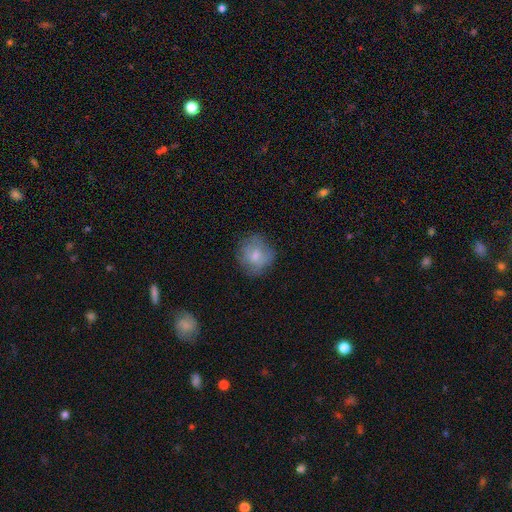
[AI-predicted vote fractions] smooth_or_featured: smooth (p=0.67) [alt: featured or disk p=0.25]
how_rounded: round (p=0.78) [alt: in between p=0.21]
merging: none (p=0.66) [alt: minor disturbance p=0.23]